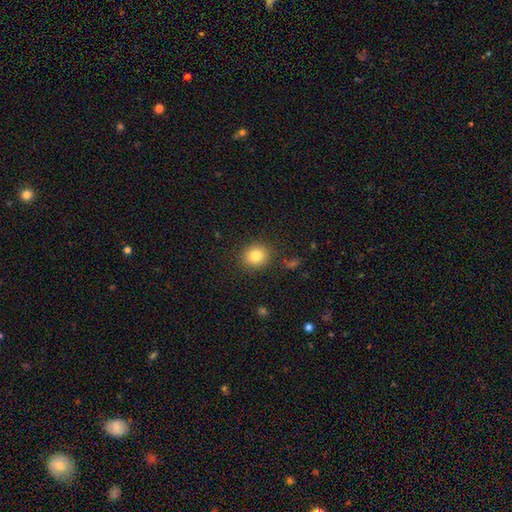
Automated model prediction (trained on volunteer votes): Smooth or featured? smooth (82%)
How rounded? round (81%)
Merging? none (87%)